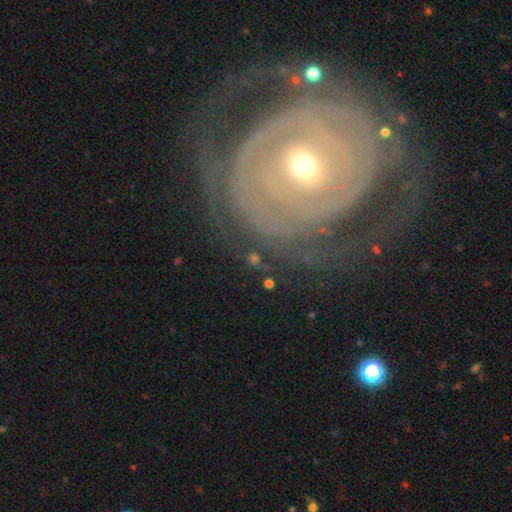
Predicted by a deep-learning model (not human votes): smooth-or-featured: featured or disk: 77% | smooth: 13% | star or artifact: 9%
  disk-edge-on: no: 95% | yes: 5%
    bar: no: 55% | weak: 26% | strong: 19%
    has-spiral-arms: yes: 78% | no: 22%
      spiral-winding: tight: 72% | medium: 19% | loose: 9%
      spiral-arm-count: can't tell: 39% | 2: 24% | 3: 12% | 4: 8% | 1: 8% | more than 4: 8%
    bulge-size: moderate: 48% | small: 45% | large: 4% | dominant: 2% | none: 2%
  merging: none: 65% | minor disturbance: 16% | major disturbance: 16% | merger: 3%